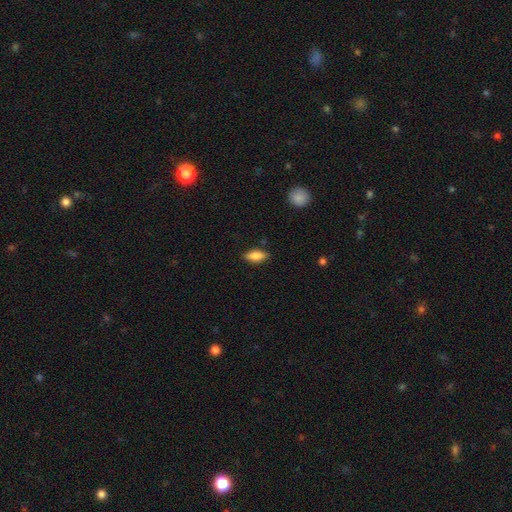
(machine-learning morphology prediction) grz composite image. It shows a smooth galaxy with no disk features (84%) that is in between round and cigar-shaped (82%). Merging: none (84%).